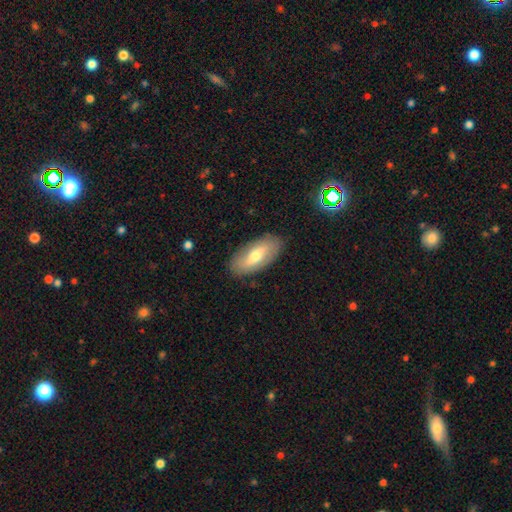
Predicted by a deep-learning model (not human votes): Smooth or featured?
  - smooth: 56% *
  - featured or disk: 37%
  - star or artifact: 6%
How rounded?
  - in between: 88% *
  - cigar-shaped: 9%
  - round: 3%
Merging?
  - none: 86% *
  - minor disturbance: 10%
  - major disturbance: 3%
  - merger: 1%